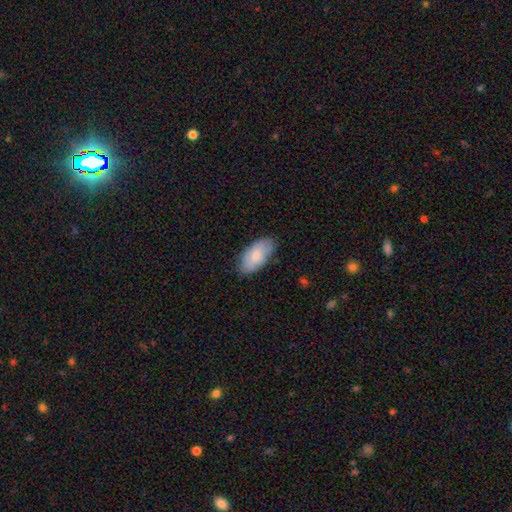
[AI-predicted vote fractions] A smooth galaxy with no disk features (80%) that is in between round and cigar-shaped (94%). Merging: none (80%).